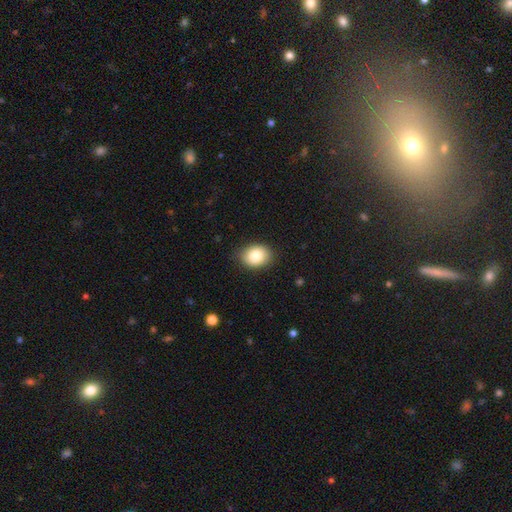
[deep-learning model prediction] Smooth or featured? smooth (84%)
How rounded? in between (62%)
Merging? none (85%)